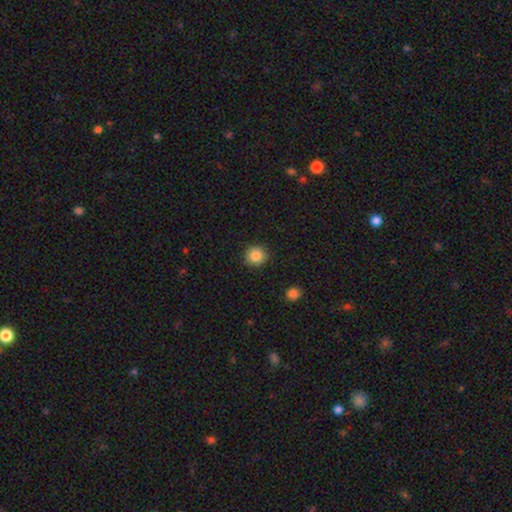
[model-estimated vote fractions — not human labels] Overall: smooth (85%). How rounded: round (92%). Merging: none (91%).